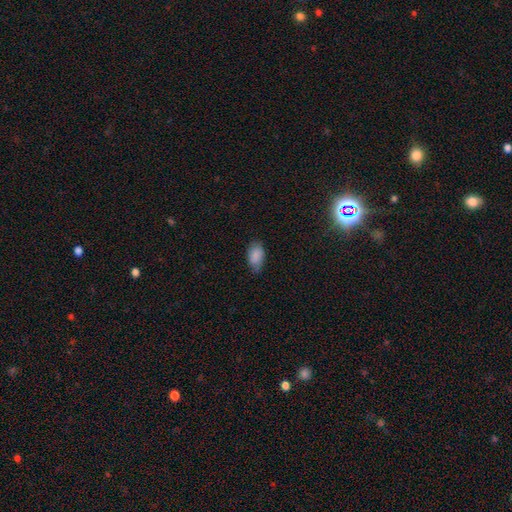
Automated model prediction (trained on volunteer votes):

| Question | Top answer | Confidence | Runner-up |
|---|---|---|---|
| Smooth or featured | smooth | 86% | star or artifact (7%) |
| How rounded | in between | 92% | round (6%) |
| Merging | none | 68% | minor disturbance (26%) |